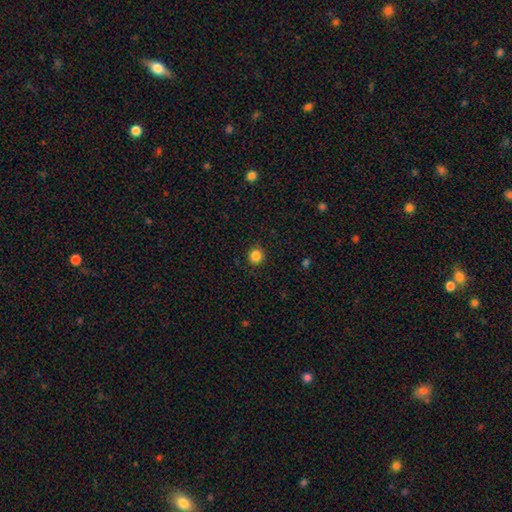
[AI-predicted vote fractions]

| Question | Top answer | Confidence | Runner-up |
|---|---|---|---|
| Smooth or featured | smooth | 85% | star or artifact (11%) |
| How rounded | round | 91% | in between (8%) |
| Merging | none | 90% | minor disturbance (7%) |